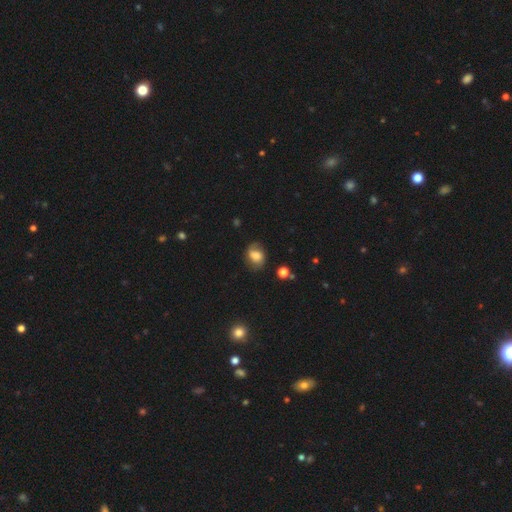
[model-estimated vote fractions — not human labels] Smooth or featured? smooth (59%)
How rounded? in between (56%)
Merging? none (66%)